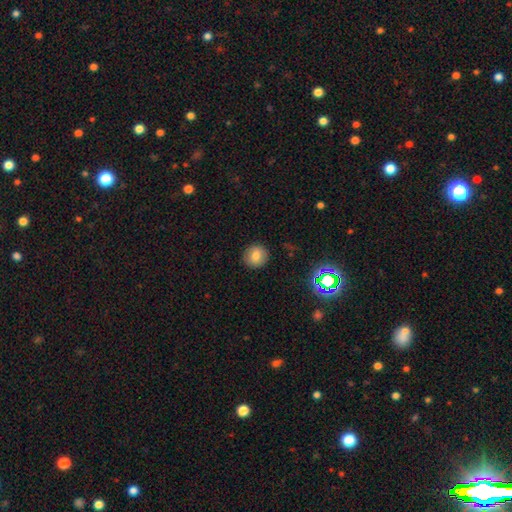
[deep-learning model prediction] Smooth or featured? smooth (79%)
How rounded? round (91%)
Merging? none (91%)